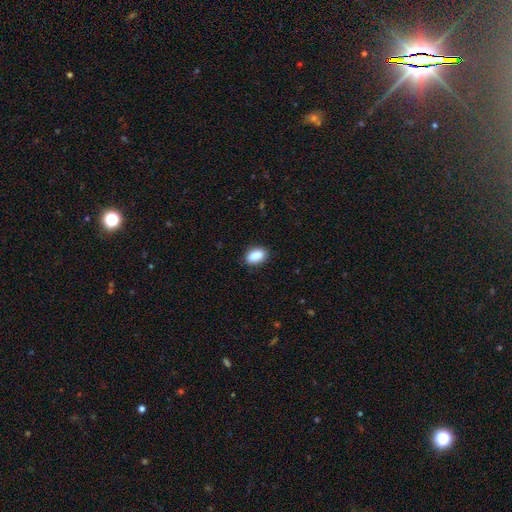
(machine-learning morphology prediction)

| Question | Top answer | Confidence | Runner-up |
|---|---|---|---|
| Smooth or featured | smooth | 90% | star or artifact (7%) |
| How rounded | in between | 89% | round (9%) |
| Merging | none | 86% | minor disturbance (11%) |